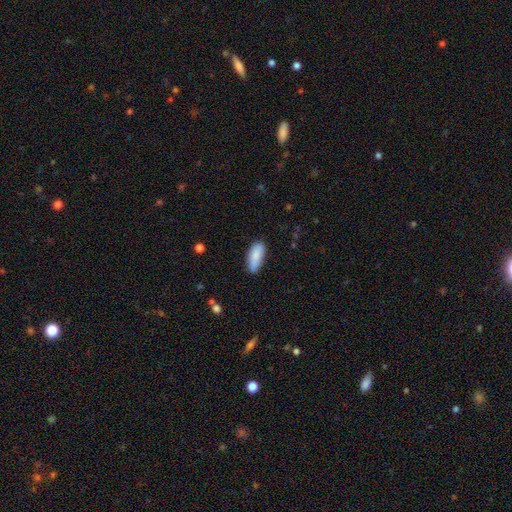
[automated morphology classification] type=smooth (87%); roundness=in between (78%); merging=none (73%).